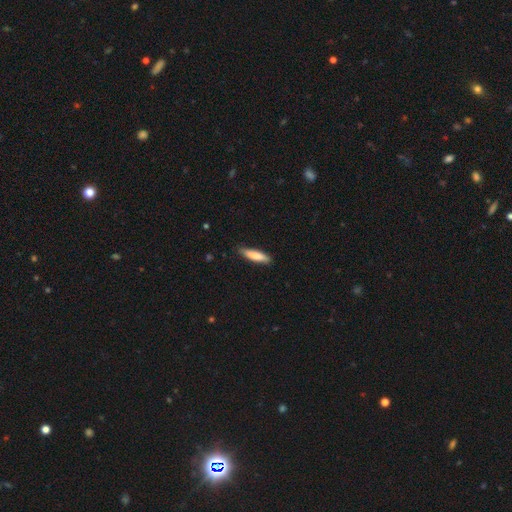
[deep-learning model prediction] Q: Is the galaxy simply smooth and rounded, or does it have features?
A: smooth — 82%.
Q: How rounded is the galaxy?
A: cigar-shaped — 76%.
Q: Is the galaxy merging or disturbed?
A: none — 83%.